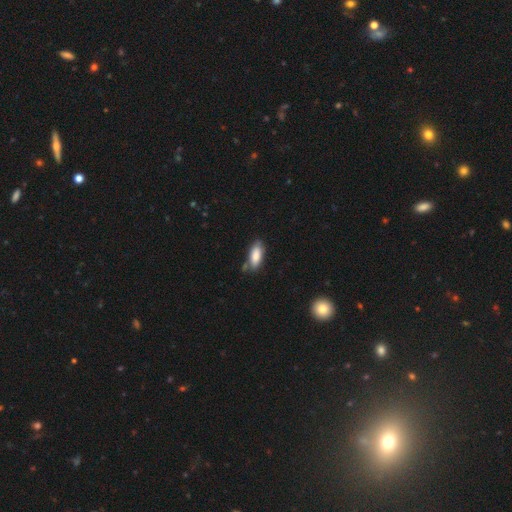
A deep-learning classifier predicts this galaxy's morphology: The model was most divided on "merging": none: 66%, minor disturbance: 24%, merger: 6%, major disturbance: 5%. More confident: smooth or featured — smooth (85%); how rounded — in between (80%).